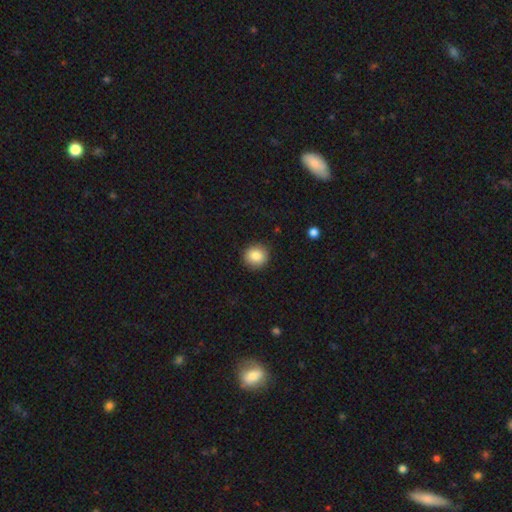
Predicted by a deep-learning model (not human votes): The model was most divided on "smooth or featured": smooth: 86%, star or artifact: 9%, featured or disk: 6%. More confident: merging — none (90%); how rounded — round (90%).